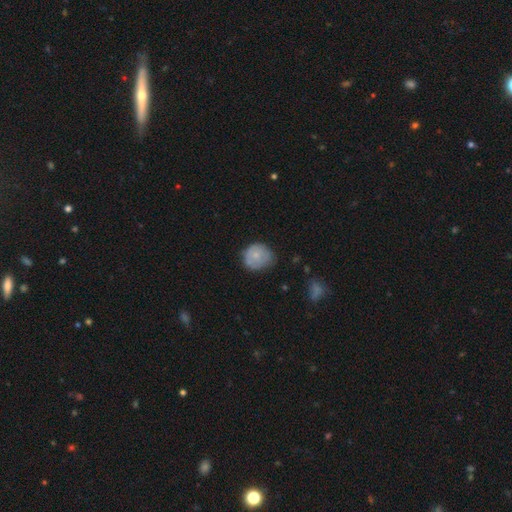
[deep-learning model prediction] Smooth or featured?
  - smooth: 73% *
  - featured or disk: 20%
  - star or artifact: 8%
How rounded?
  - round: 77% *
  - in between: 22%
  - cigar-shaped: 1%
Merging?
  - none: 56% *
  - minor disturbance: 33%
  - major disturbance: 8%
  - merger: 3%